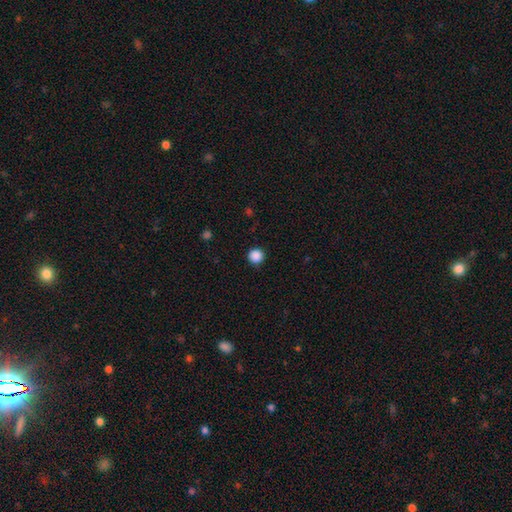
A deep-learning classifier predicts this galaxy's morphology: Q: Smooth or featured?
A: smooth (88%); runner-up: star or artifact (10%)
Q: How rounded?
A: round (96%); runner-up: in between (3%)
Q: Merging?
A: none (91%); runner-up: minor disturbance (6%)